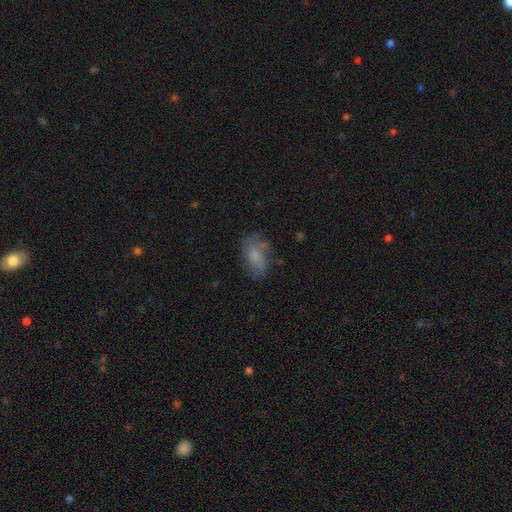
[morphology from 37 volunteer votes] type=smooth (78%); roundness=in between (86%); merging=none (69%).